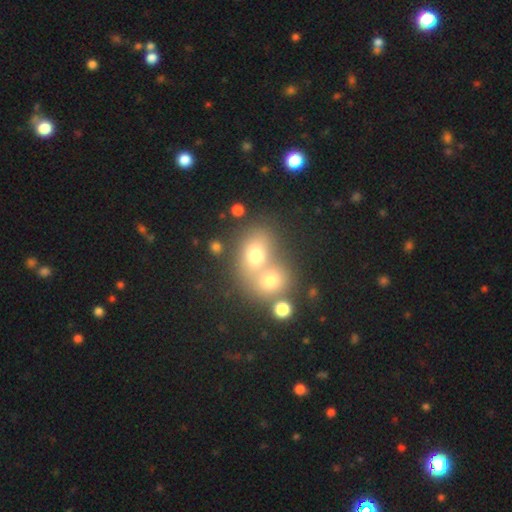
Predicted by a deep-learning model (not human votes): Smooth or featured? smooth (68%)
How rounded? round (54%)
Merging? merger (59%)